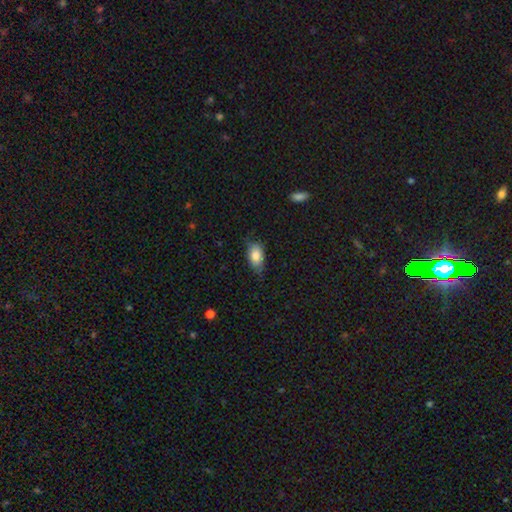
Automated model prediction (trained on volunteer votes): Smooth or featured? smooth (82%)
How rounded? in between (90%)
Merging? none (66%)